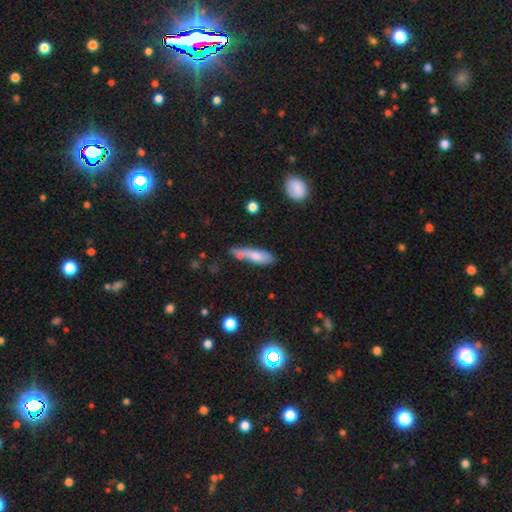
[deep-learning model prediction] Morphology: type=smooth (72%); roundness=cigar-shaped (61%); merging=none (44%).